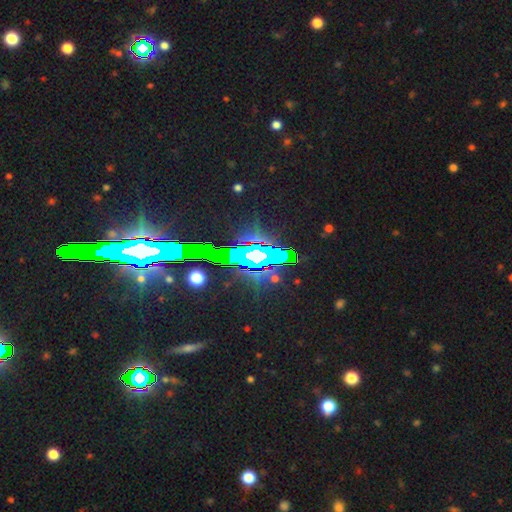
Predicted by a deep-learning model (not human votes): Morphology: type=star or artifact (67%).